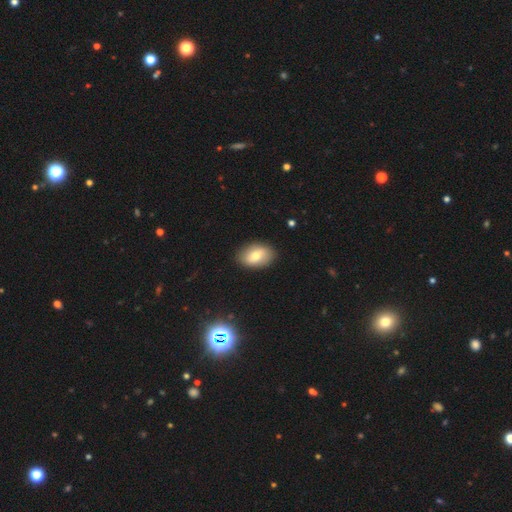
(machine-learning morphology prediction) This is likely a smooth galaxy (69%). How rounded: clearly in between (86%). Merging: clearly none (88%).